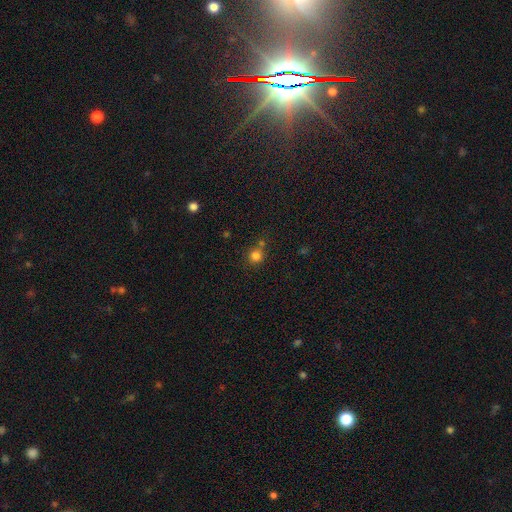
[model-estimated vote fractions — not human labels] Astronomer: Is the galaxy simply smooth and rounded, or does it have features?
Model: smooth — 80%.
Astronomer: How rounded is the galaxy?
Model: round — 91%.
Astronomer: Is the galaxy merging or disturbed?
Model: none — 67%.